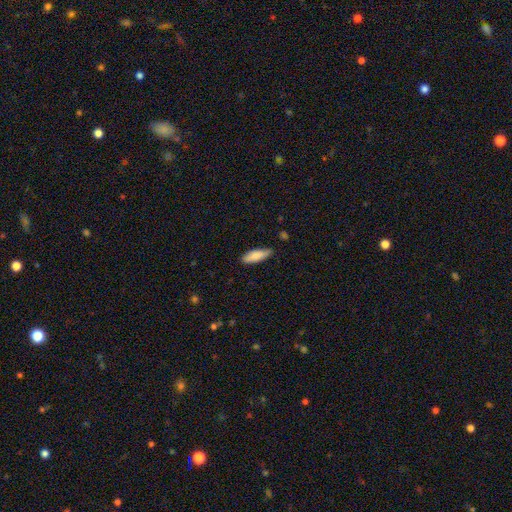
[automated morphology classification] smooth 85%, featured or disk 9%, star or artifact 6%. Down the decision tree: how rounded — in between (63%); merging — none (78%).